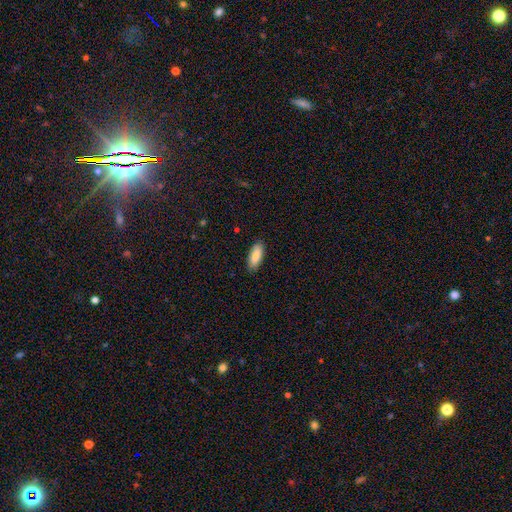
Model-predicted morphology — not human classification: smooth_or_featured: smooth (p=0.84) [alt: featured or disk p=0.10]
how_rounded: in between (p=0.79) [alt: cigar-shaped p=0.19]
merging: none (p=0.87) [alt: minor disturbance p=0.10]